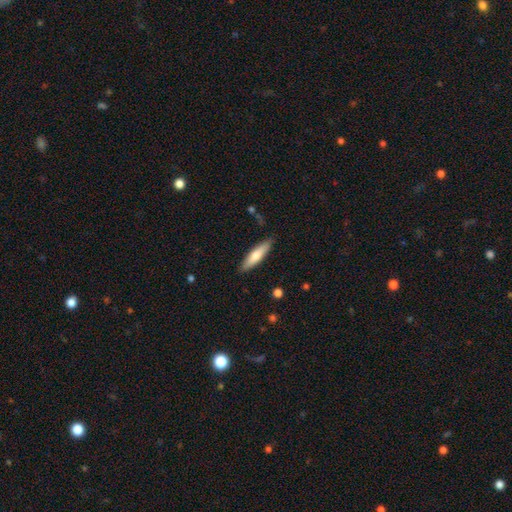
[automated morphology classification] Smooth or featured? smooth (65%)
How rounded? cigar-shaped (72%)
Merging? none (88%)